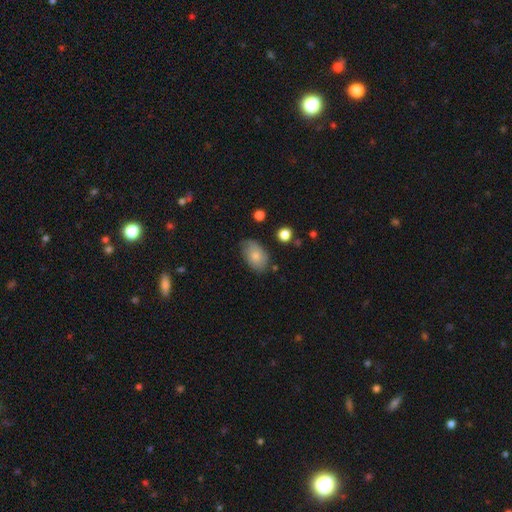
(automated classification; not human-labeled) smooth_or_featured: smooth (p=0.75) [alt: featured or disk p=0.17]
how_rounded: in between (p=0.89) [alt: round p=0.09]
merging: none (p=0.71) [alt: minor disturbance p=0.23]